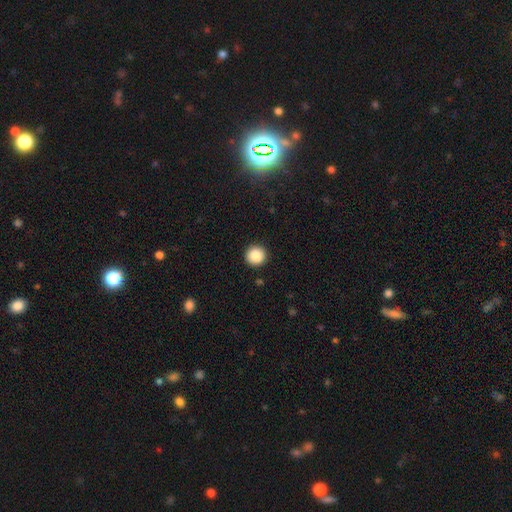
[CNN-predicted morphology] Smooth or featured? smooth (88%)
How rounded? round (95%)
Merging? none (92%)